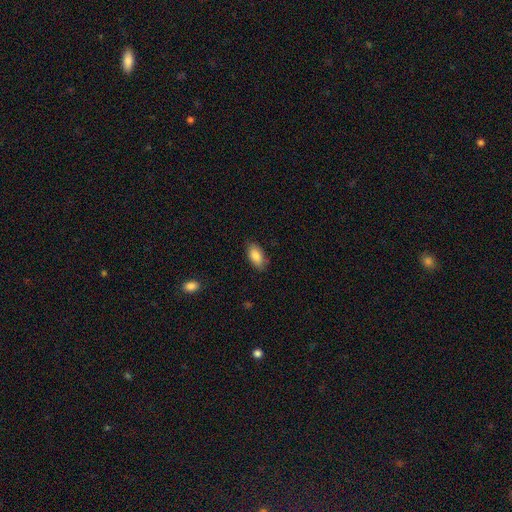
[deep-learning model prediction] Smooth or featured? Predicted: smooth (p=0.85). How rounded? Predicted: in between (p=0.92). Merging? Predicted: none (p=0.83).